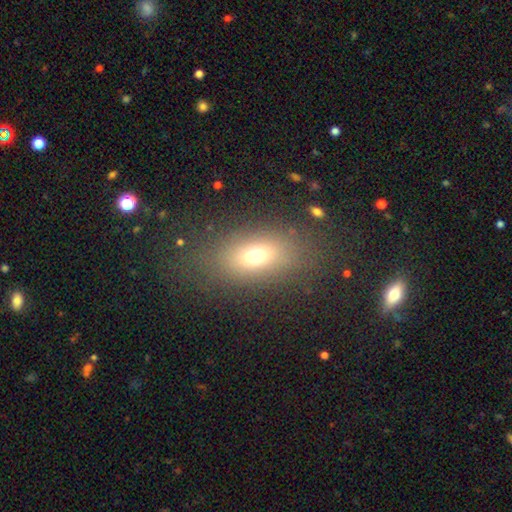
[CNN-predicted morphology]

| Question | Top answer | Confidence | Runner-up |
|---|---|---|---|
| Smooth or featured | smooth | 68% | featured or disk (17%) |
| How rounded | in between | 78% | round (15%) |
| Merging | none | 78% | minor disturbance (12%) |